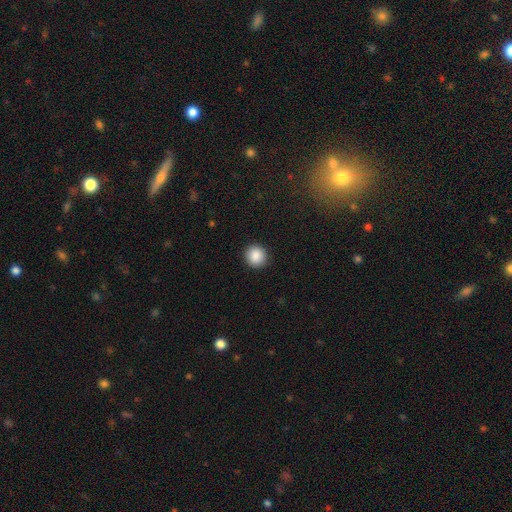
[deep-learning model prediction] This is clearly a smooth galaxy (88%). How rounded: clearly round (91%). Merging: clearly none (92%).